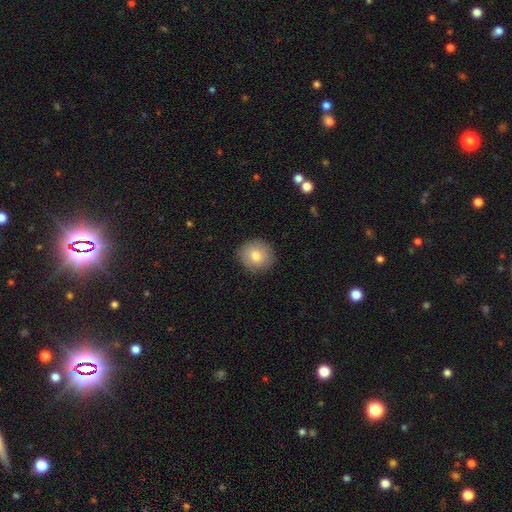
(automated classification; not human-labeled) A smooth galaxy with no disk features (79%) that is round (86%). Merging: none (89%).